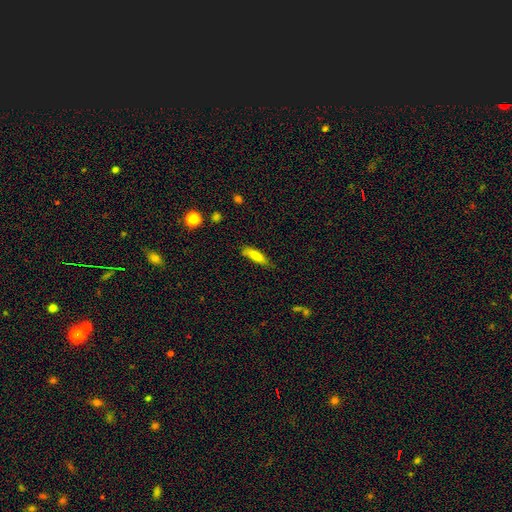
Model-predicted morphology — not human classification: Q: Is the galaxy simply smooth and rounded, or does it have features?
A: smooth — 80%.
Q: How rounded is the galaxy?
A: cigar-shaped — 65%.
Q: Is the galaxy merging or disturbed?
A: none — 66%.